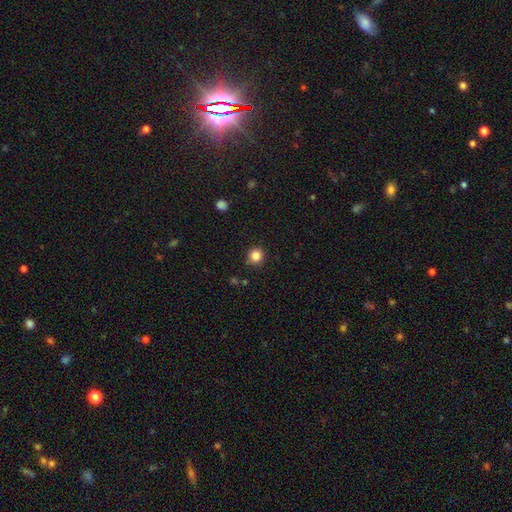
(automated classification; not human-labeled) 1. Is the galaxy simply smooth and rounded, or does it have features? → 84% smooth, 12% star or artifact, 5% featured or disk.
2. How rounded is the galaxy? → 92% round, 7% in between, 1% cigar-shaped.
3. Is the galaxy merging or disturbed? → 89% none, 7% minor disturbance, 2% major disturbance, 2% merger.